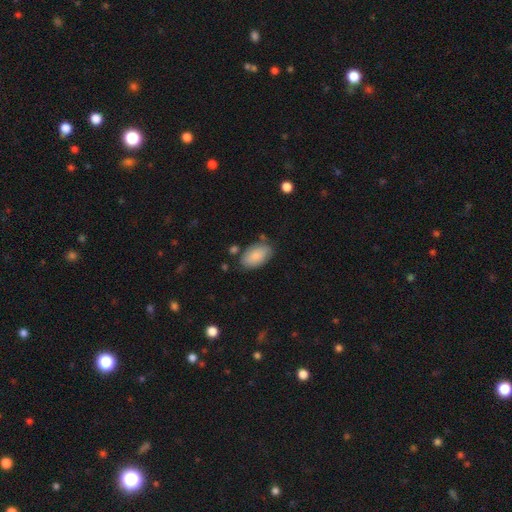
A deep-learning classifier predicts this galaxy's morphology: smooth 84%, featured or disk 10%, star or artifact 6%. Down the decision tree: how rounded — in between (94%); merging — none (74%).